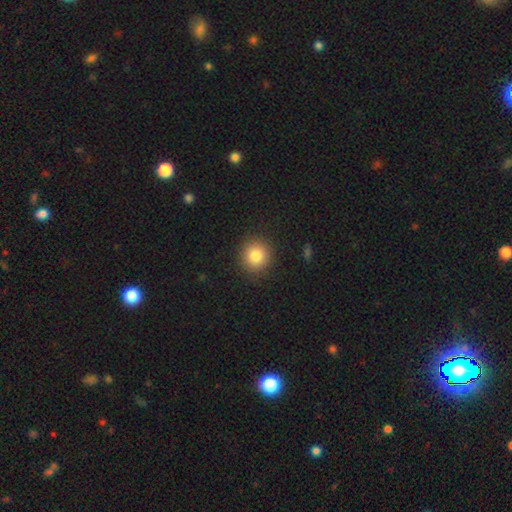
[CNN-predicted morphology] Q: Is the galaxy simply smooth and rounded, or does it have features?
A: smooth — 84%.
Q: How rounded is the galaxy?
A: round — 89%.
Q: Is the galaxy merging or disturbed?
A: none — 90%.